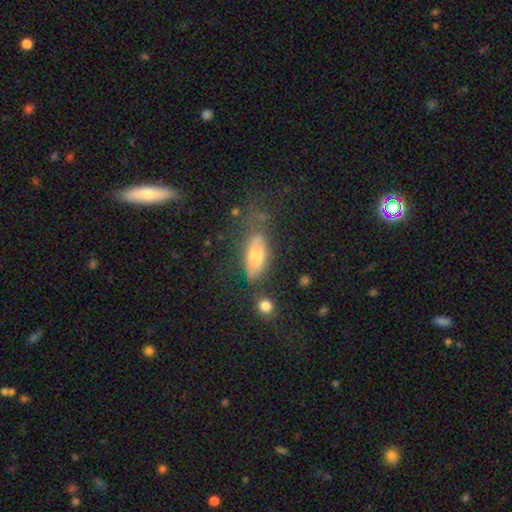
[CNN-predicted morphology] Smooth or featured?
  - smooth: 53% *
  - featured or disk: 37%
  - star or artifact: 10%
How rounded?
  - in between: 73% *
  - cigar-shaped: 24%
  - round: 4%
Merging?
  - none: 43% *
  - minor disturbance: 27%
  - major disturbance: 22%
  - merger: 9%